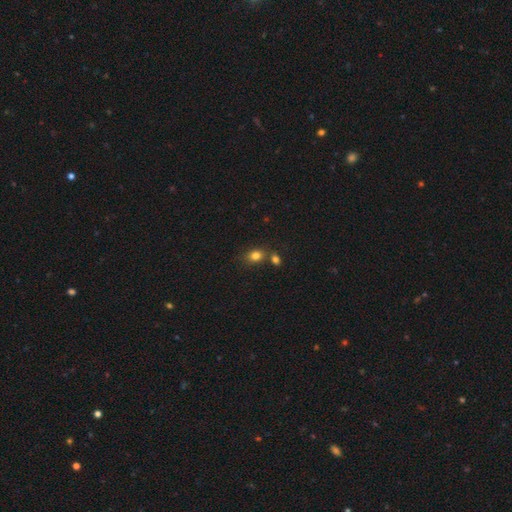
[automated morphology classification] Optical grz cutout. It shows a smooth galaxy with no disk features (81%) that is in between round and cigar-shaped (59%). Merging: none (61%).